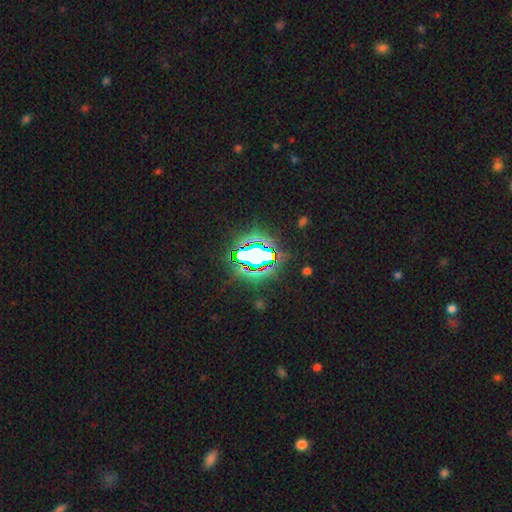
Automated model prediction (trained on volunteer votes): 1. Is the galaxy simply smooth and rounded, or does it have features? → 69% star or artifact, 18% smooth, 13% featured or disk.